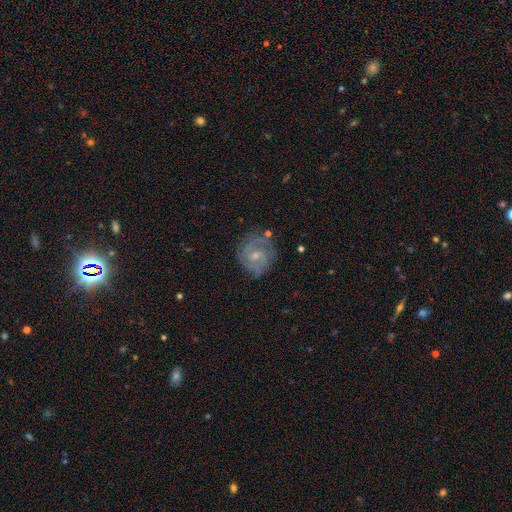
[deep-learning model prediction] Overall: featured or disk (77%). Edge-on disk: no (98%). Bar: no (53%; weak 41%). Spiral arms: yes (93%). Spiral arm count: 2 (51%; can't tell 20%). Spiral winding: tight (44%; medium 43%). Bulge size: small (59%; moderate 36%). Merging: none (71%).